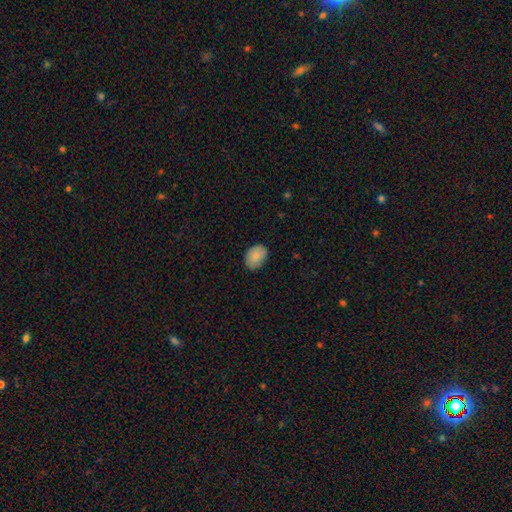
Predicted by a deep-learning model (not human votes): Smooth or featured?
  - smooth: 86% *
  - star or artifact: 7%
  - featured or disk: 7%
How rounded?
  - in between: 74% *
  - round: 25%
  - cigar-shaped: 1%
Merging?
  - none: 83% *
  - minor disturbance: 13%
  - major disturbance: 2%
  - merger: 1%